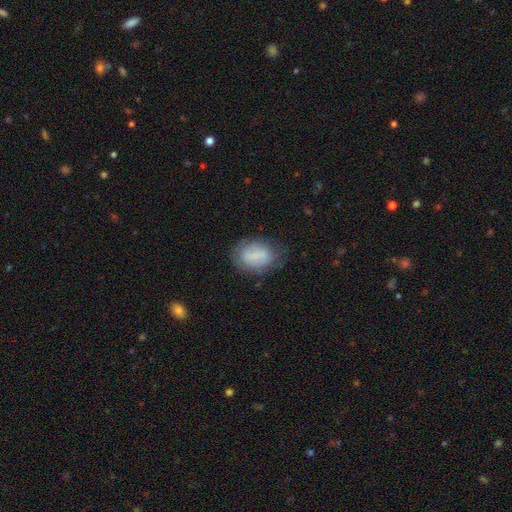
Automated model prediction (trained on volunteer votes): Smooth or featured?
  - smooth: 67% *
  - featured or disk: 25%
  - star or artifact: 8%
How rounded?
  - in between: 72% *
  - round: 27%
  - cigar-shaped: 2%
Merging?
  - none: 65% *
  - minor disturbance: 23%
  - major disturbance: 9%
  - merger: 3%